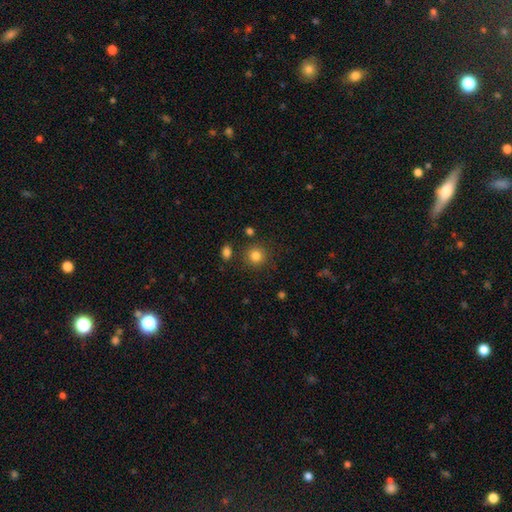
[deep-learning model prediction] smooth_or_featured: smooth (p=0.83) [alt: star or artifact p=0.11]
how_rounded: round (p=0.92) [alt: in between p=0.08]
merging: none (p=0.86) [alt: minor disturbance p=0.08]